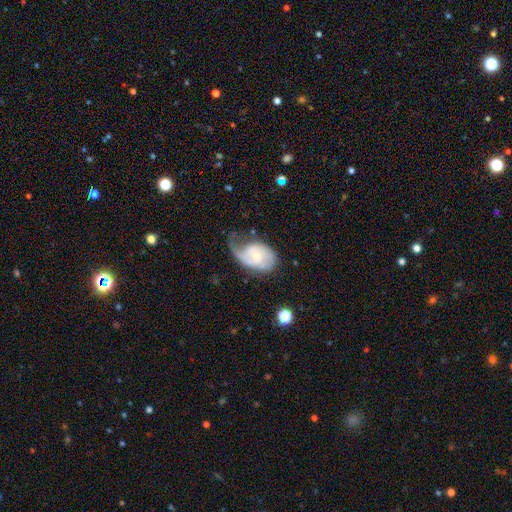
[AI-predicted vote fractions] Smooth or featured? Predicted: featured or disk (p=0.69). Edge-on disk? Predicted: no (p=0.96). Bar? Predicted: no (p=0.58). Spiral arms? Predicted: yes (p=0.85). Spiral winding? Predicted: loose (p=0.39). Spiral arm count? Predicted: 1 (p=0.48). Bulge size? Predicted: small (p=0.51). Merging? Predicted: major disturbance (p=0.39).